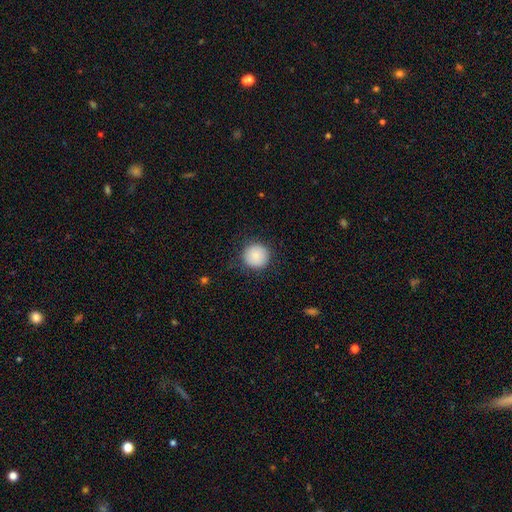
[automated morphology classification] smooth 86%, star or artifact 8%, featured or disk 6%. Down the decision tree: how rounded — round (95%); merging — none (87%).